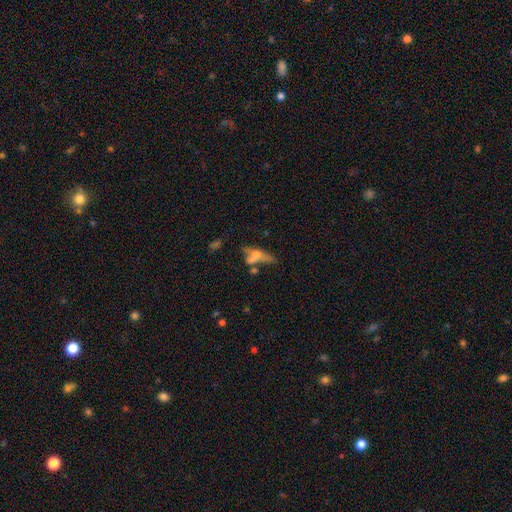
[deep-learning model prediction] This appears to be a featured or disk galaxy (44%, tied with smooth). Merging: merger (32%).